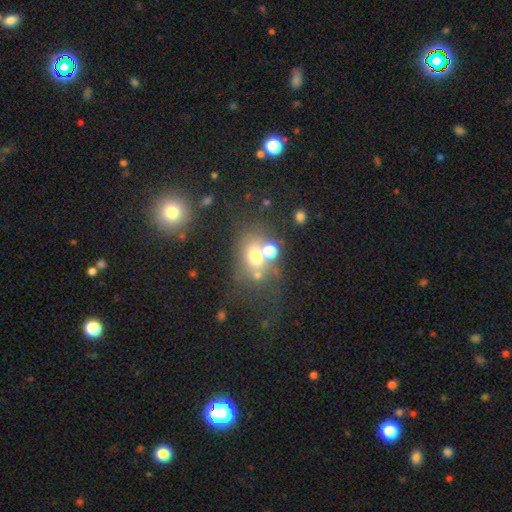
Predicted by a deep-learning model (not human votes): Smooth or featured? Predicted: smooth (p=0.61). How rounded? Predicted: round (p=0.53). Merging? Predicted: none (p=0.44).